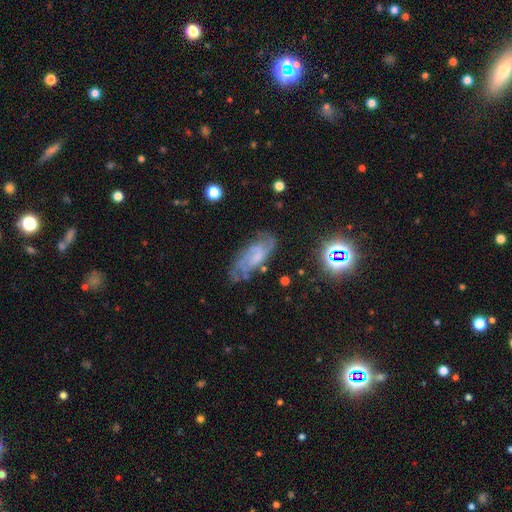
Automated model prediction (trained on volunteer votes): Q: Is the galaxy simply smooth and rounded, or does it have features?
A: featured or disk — 68%.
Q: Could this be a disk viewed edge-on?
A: no — 89%.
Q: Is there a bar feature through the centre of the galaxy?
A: no — 49%.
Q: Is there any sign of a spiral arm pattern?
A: yes — 87%.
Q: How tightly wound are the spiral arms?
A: medium — 43%.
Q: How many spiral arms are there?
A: can't tell — 38%.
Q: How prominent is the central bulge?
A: none — 46%.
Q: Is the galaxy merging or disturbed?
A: none — 64%.